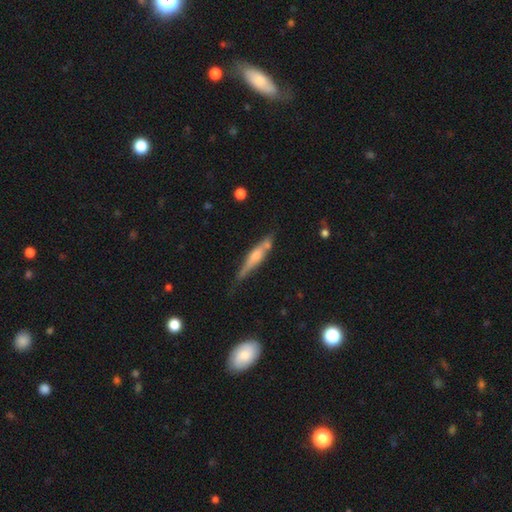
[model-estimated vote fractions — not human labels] Smooth or featured? featured or disk (63%)
Edge-on disk? yes (91%)
Edge-on bulge? rounded (81%)
Merging? none (74%)